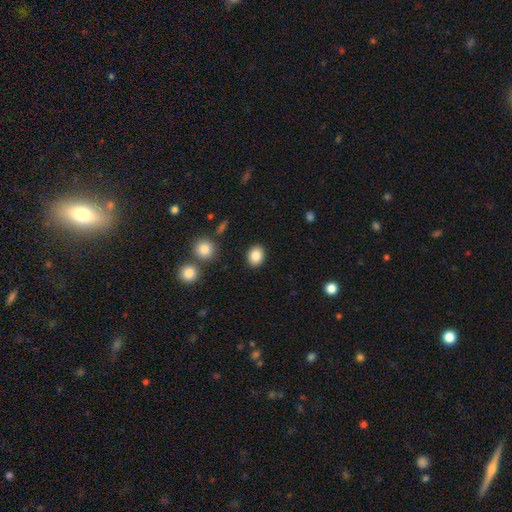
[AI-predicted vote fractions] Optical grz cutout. It shows a smooth galaxy with no disk features (86%) that is round (54%). Merging: none (89%).